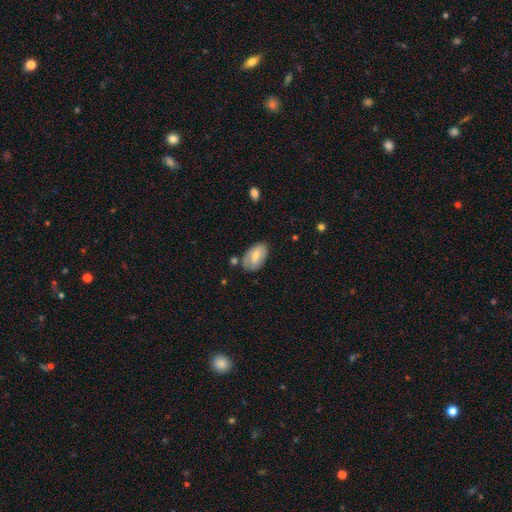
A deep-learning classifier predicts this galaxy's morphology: The model was most divided on "smooth or featured": smooth: 57%, featured or disk: 37%, star or artifact: 7%. More confident: how rounded — in between (92%); merging — none (67%).